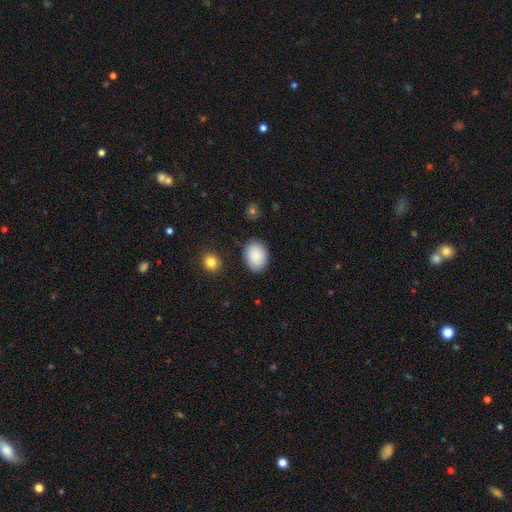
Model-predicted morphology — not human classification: Q: Smooth or featured?
A: smooth (87%); runner-up: star or artifact (7%)
Q: How rounded?
A: in between (73%); runner-up: round (26%)
Q: Merging?
A: none (83%); runner-up: minor disturbance (12%)